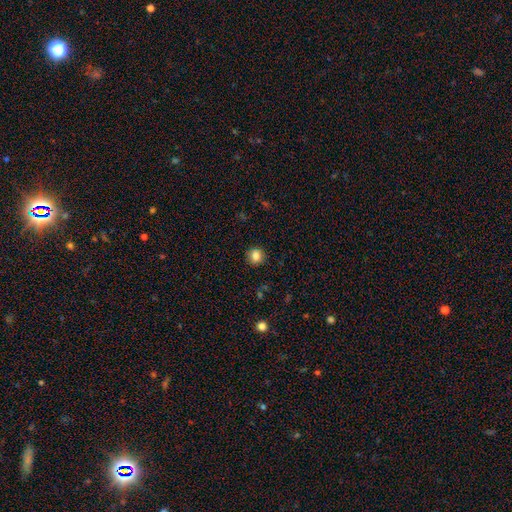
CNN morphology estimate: Smooth or featured?
  - smooth: 84% *
  - star or artifact: 11%
  - featured or disk: 5%
How rounded?
  - round: 86% *
  - in between: 13%
  - cigar-shaped: 1%
Merging?
  - none: 89% *
  - minor disturbance: 8%
  - major disturbance: 2%
  - merger: 1%